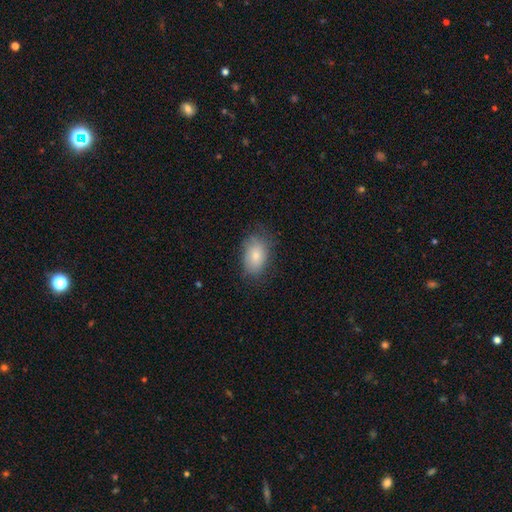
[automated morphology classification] This appears to be a smooth galaxy with no disk features (80%) that is in between round and cigar-shaped (87%). Merging: none (71%).